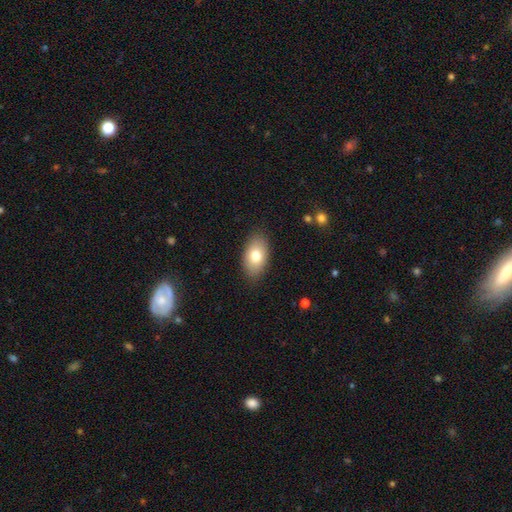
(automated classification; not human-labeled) Q: Smooth or featured?
A: smooth (76%); runner-up: featured or disk (16%)
Q: How rounded?
A: in between (92%); runner-up: round (6%)
Q: Merging?
A: none (86%); runner-up: minor disturbance (10%)